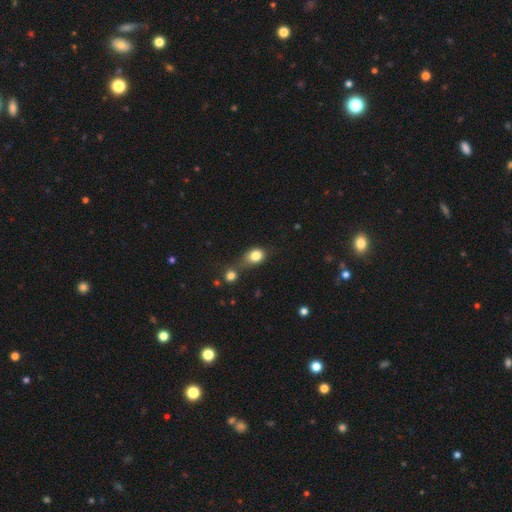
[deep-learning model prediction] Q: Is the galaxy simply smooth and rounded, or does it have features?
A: smooth — 82%.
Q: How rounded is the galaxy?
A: in between — 52%.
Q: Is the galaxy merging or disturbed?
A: none — 42%.